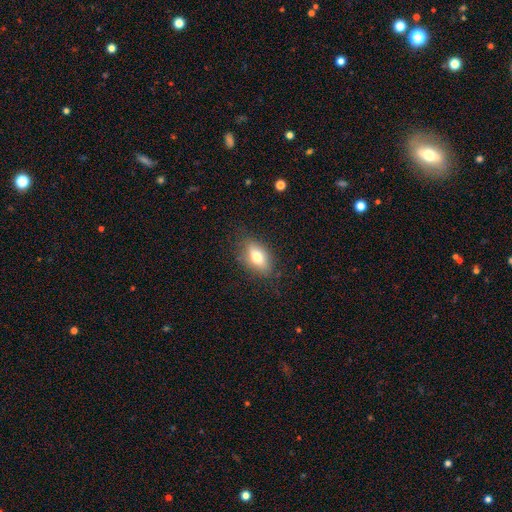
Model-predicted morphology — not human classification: smooth-or-featured: smooth: 73% | featured or disk: 19% | star or artifact: 8%
  how-rounded: in between: 85% | round: 8% | cigar-shaped: 8%
  merging: none: 79% | minor disturbance: 15% | major disturbance: 4% | merger: 1%